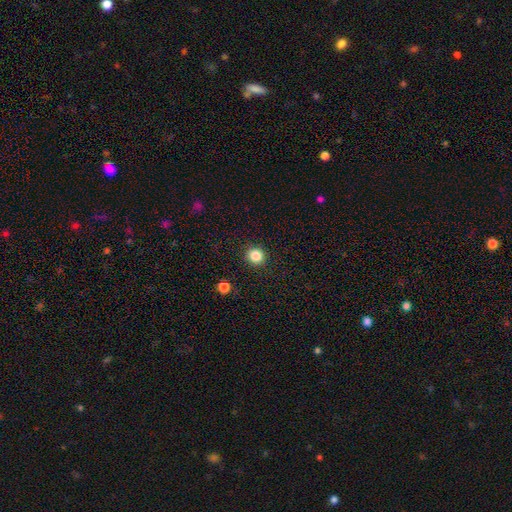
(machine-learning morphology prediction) Smooth or featured? Predicted: smooth (p=0.85). How rounded? Predicted: round (p=0.92). Merging? Predicted: none (p=0.92).